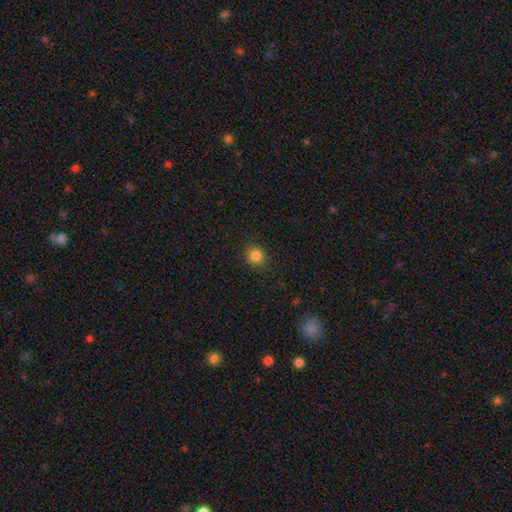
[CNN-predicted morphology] type=smooth (84%); roundness=round (86%); merging=none (89%).